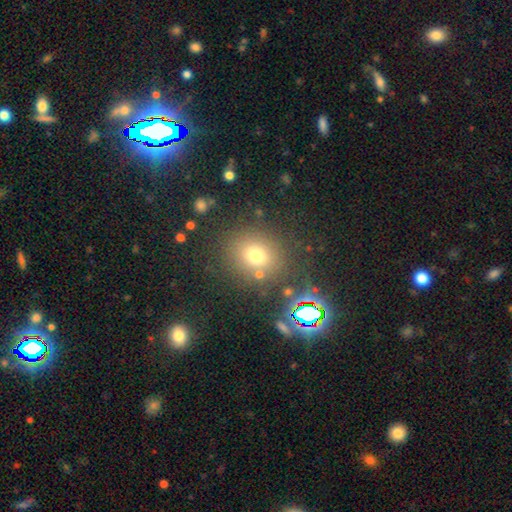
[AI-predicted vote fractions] smooth-or-featured: smooth: 70% | star or artifact: 21% | featured or disk: 10%
  how-rounded: round: 79% | in between: 20% | cigar-shaped: 1%
  merging: none: 79% | minor disturbance: 10% | merger: 7% | major disturbance: 5%